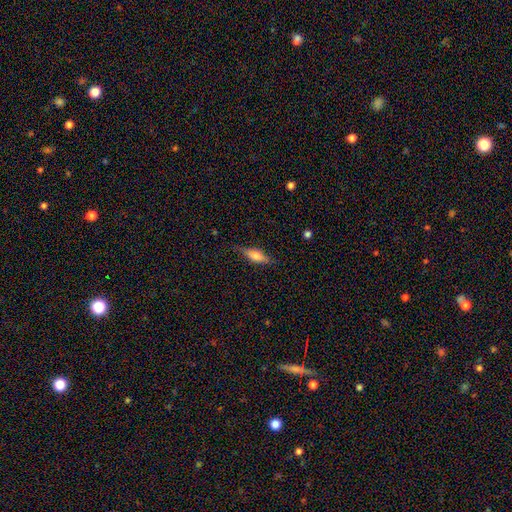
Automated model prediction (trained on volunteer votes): Smooth or featured: smooth — 54% (featured or disk — 39%)
How rounded: in between — 52% (cigar-shaped — 44%)
Merging: none — 78% (minor disturbance — 17%)